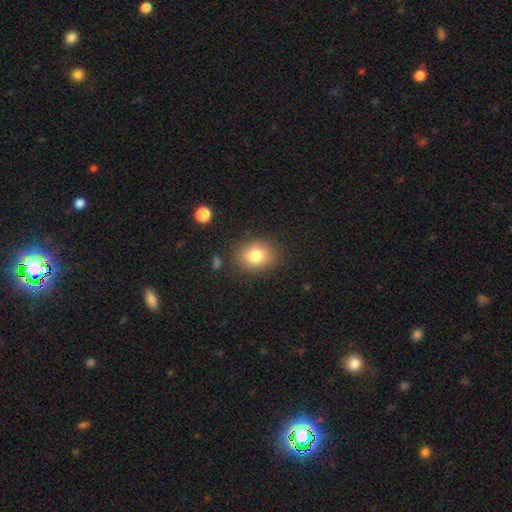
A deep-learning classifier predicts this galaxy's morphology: type=smooth (81%); roundness=in between (53%); merging=none (84%).